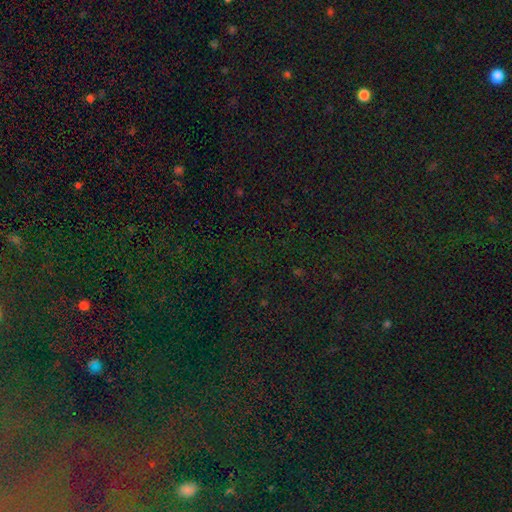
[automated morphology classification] A star or artifact, not a galaxy (81%).

Vote fractions:
- Smooth or featured? star or artifact: 81% / smooth: 11% / featured or disk: 7%